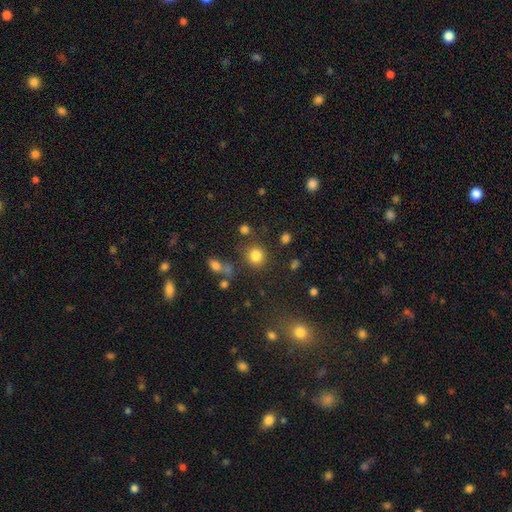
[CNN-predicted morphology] The model was most divided on "smooth or featured": smooth: 81%, star or artifact: 13%, featured or disk: 6%. More confident: how rounded — round (86%); merging — none (79%).